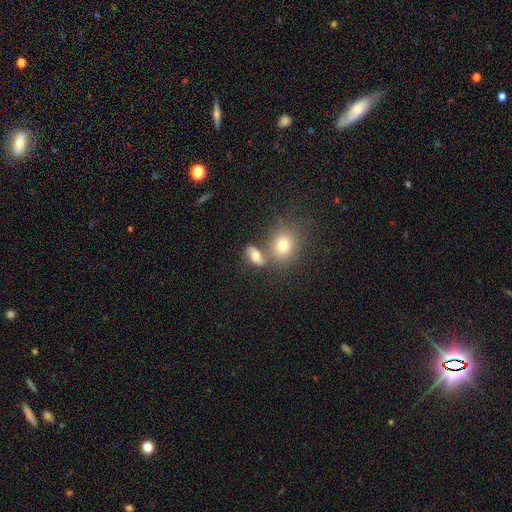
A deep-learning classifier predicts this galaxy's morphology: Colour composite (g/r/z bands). It shows a smooth galaxy with no disk features (69%) that is in between round and cigar-shaped (69%). Merging: none (50%).